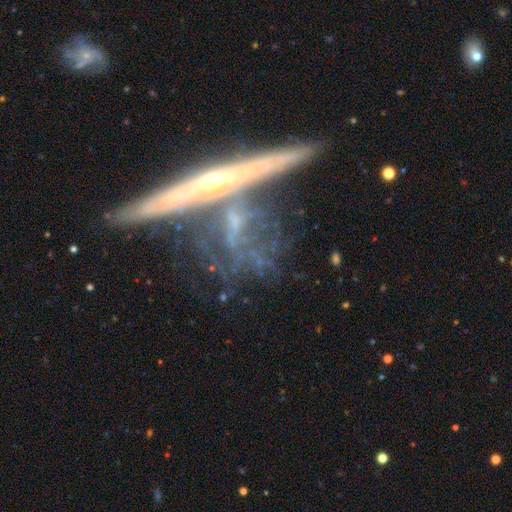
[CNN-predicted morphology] smooth_or_featured: featured or disk (p=0.75) [alt: smooth p=0.15]
disk_edge_on: yes (p=0.77) [alt: no p=0.23]
edge_on_bulge: rounded (p=0.60) [alt: none p=0.35]
merging: none (p=0.54) [alt: merger p=0.21]